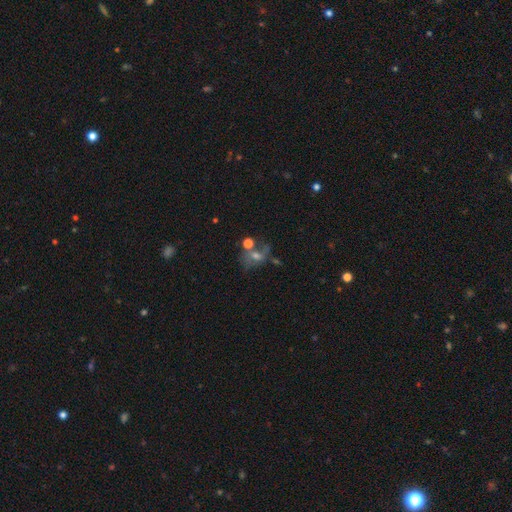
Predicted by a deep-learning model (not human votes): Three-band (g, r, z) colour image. It shows a featured or disk galaxy (48%). Merging: none (38%).